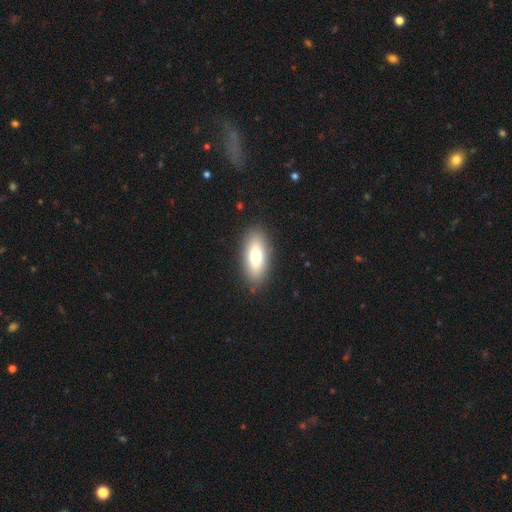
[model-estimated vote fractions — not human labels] Smooth or featured?
  - smooth: 73% *
  - featured or disk: 20%
  - star or artifact: 7%
How rounded?
  - in between: 80% *
  - cigar-shaped: 17%
  - round: 3%
Merging?
  - none: 88% *
  - minor disturbance: 9%
  - major disturbance: 3%
  - merger: 1%